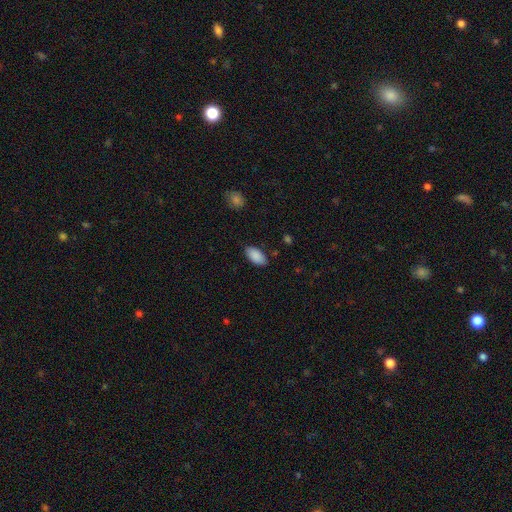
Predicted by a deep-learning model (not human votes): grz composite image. It shows a smooth galaxy with no disk features (89%) that is in between round and cigar-shaped (94%). Merging: none (85%).